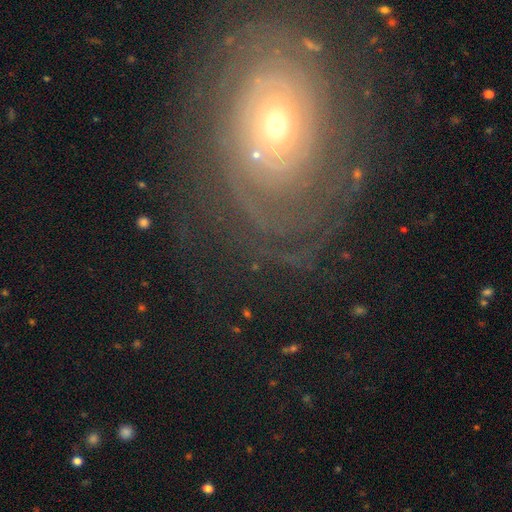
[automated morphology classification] Smooth or featured? featured or disk (76%)
Edge-on disk? no (95%)
Bar? no (76%)
Spiral arms? yes (88%)
Spiral winding? tight (77%)
Spiral arm count? can't tell (43%)
Bulge size? small (63%)
Merging? none (76%)